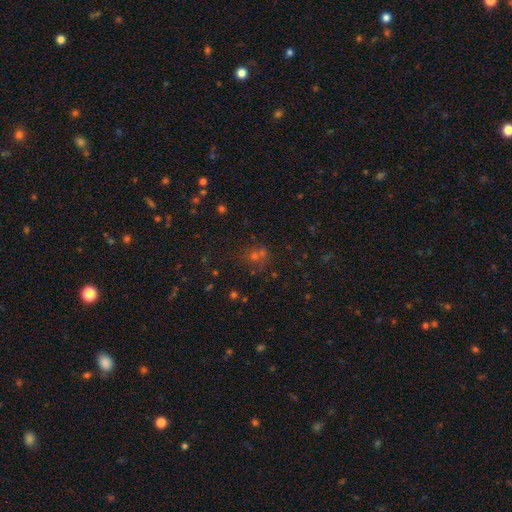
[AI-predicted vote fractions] A smooth galaxy with no disk features (44%, tied with star or artifact). Merging: none (56%).